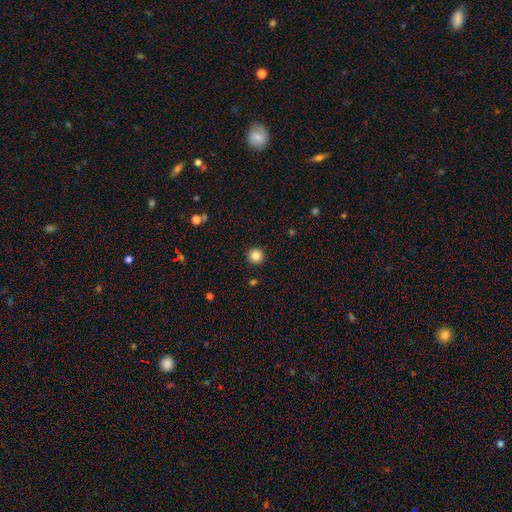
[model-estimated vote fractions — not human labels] smooth_or_featured: smooth (p=0.86) [alt: star or artifact p=0.11]
how_rounded: round (p=0.96) [alt: in between p=0.03]
merging: none (p=0.93) [alt: minor disturbance p=0.04]